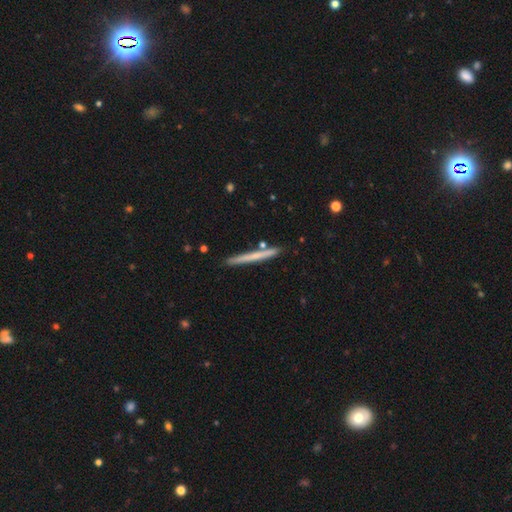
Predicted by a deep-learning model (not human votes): Smooth or featured? smooth (54%)
How rounded? cigar-shaped (97%)
Merging? none (86%)